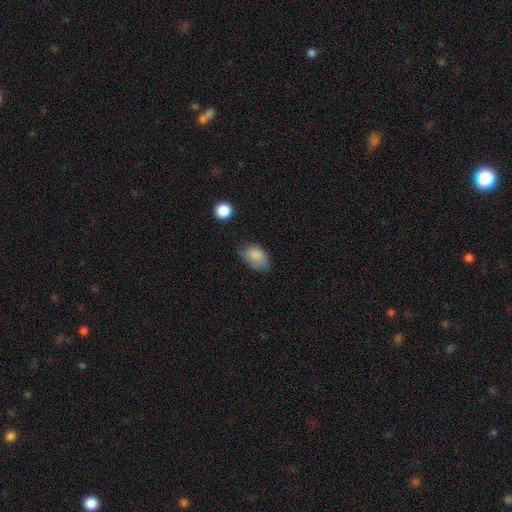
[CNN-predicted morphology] Smooth or featured: smooth — 84% (star or artifact — 9%)
How rounded: in between — 85% (round — 13%)
Merging: none — 58% (minor disturbance — 32%)